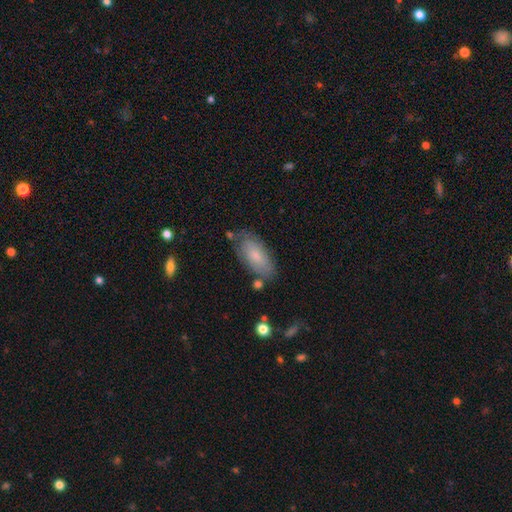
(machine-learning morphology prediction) This is likely a smooth galaxy (65%). How rounded: clearly in between (89%). Merging: likely none (71%).